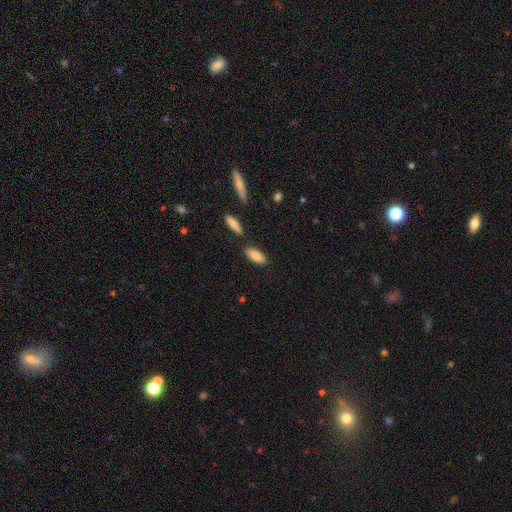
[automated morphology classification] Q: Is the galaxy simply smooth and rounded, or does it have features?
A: smooth — 82%.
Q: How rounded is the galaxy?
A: in between — 82%.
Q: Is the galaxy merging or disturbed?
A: none — 81%.